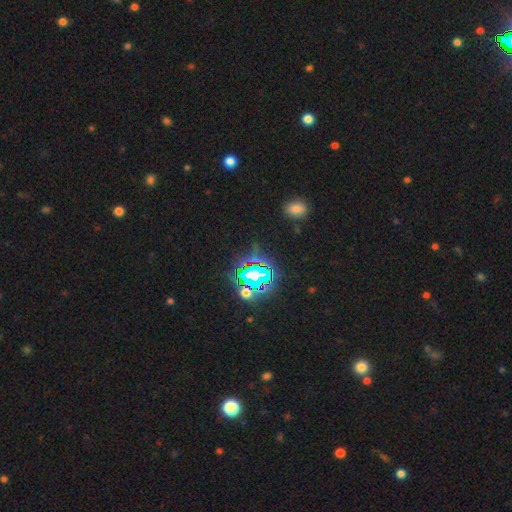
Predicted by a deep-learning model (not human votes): star or artifact 78%, smooth 14%, featured or disk 8%.